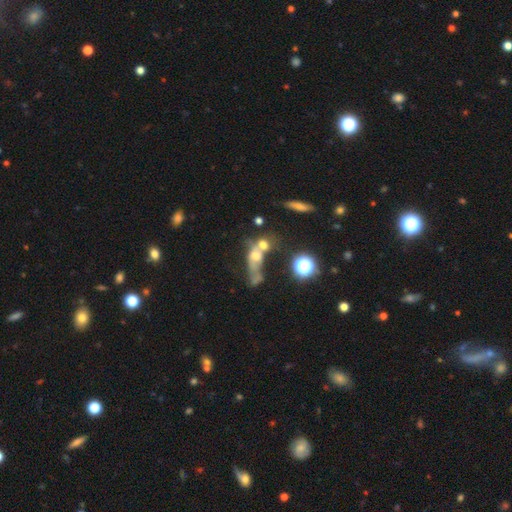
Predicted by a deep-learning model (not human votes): Smooth or featured?
  - smooth: 42% *
  - featured or disk: 38%
  - star or artifact: 20%
Merging?
  - merger: 58% *
  - major disturbance: 17%
  - none: 16%
  - minor disturbance: 9%